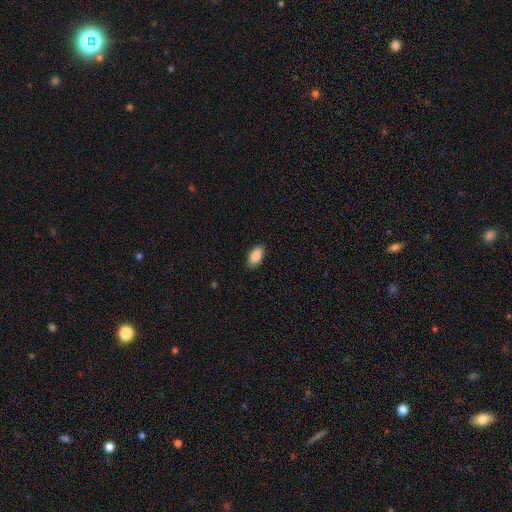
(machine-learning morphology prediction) This appears to be a smooth galaxy with no disk features (89%) that is in between round and cigar-shaped (93%). Merging: none (89%).